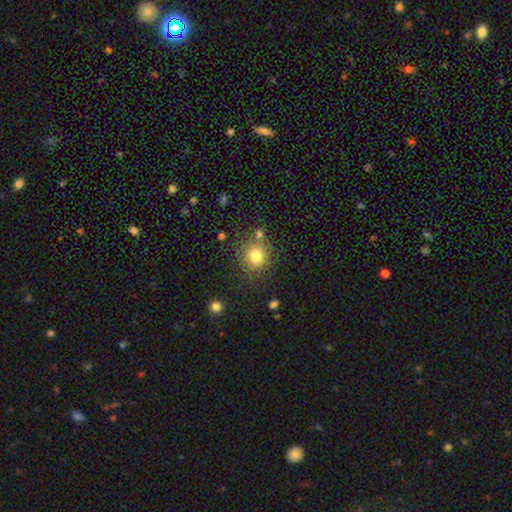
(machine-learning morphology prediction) type=smooth (79%); roundness=round (88%); merging=none (75%).